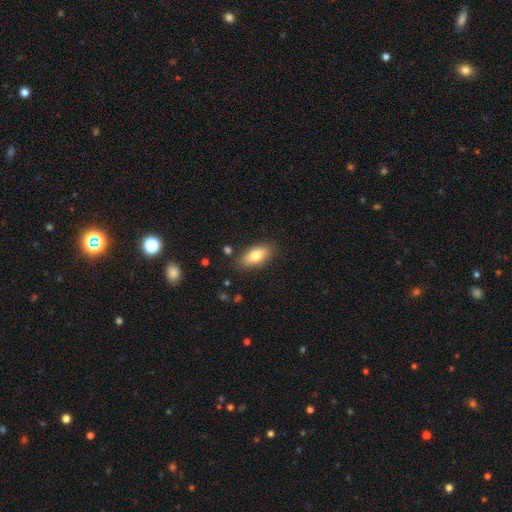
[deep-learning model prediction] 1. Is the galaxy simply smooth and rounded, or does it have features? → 77% smooth, 16% featured or disk, 7% star or artifact.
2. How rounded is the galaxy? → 86% in between, 11% cigar-shaped, 4% round.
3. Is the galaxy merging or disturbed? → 84% none, 11% minor disturbance, 3% major disturbance, 2% merger.